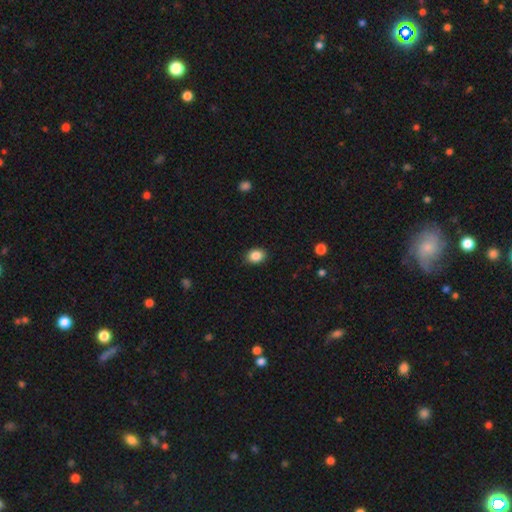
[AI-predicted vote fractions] smooth 87%, star or artifact 9%, featured or disk 4%. Down the decision tree: how rounded — in between (63%); merging — none (87%).